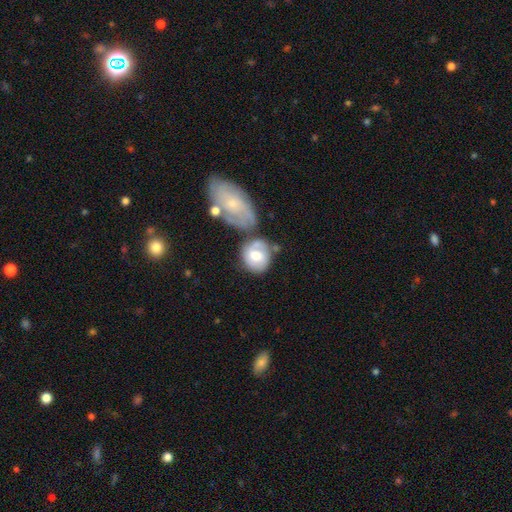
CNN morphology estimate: Q: Smooth or featured?
A: smooth (53%); runner-up: featured or disk (41%)
Q: How rounded?
A: round (69%); runner-up: in between (30%)
Q: Merging?
A: none (42%); runner-up: merger (31%)